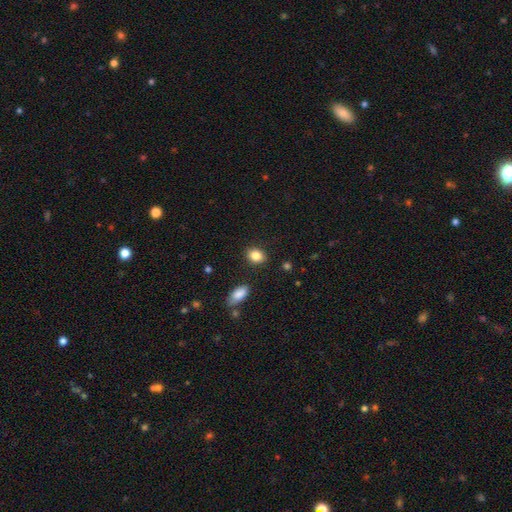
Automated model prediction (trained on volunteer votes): This is clearly a smooth galaxy (86%). How rounded: likely in between (65%). Merging: clearly none (86%).